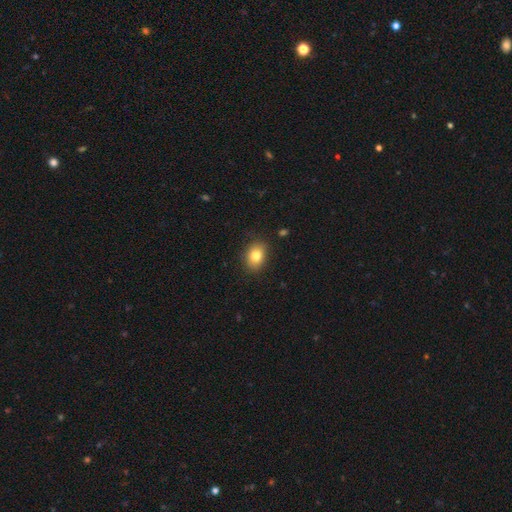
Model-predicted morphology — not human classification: The model was most divided on "how rounded": in between: 65%, round: 34%, cigar-shaped: 1%. More confident: merging — none (87%); smooth or featured — smooth (81%).